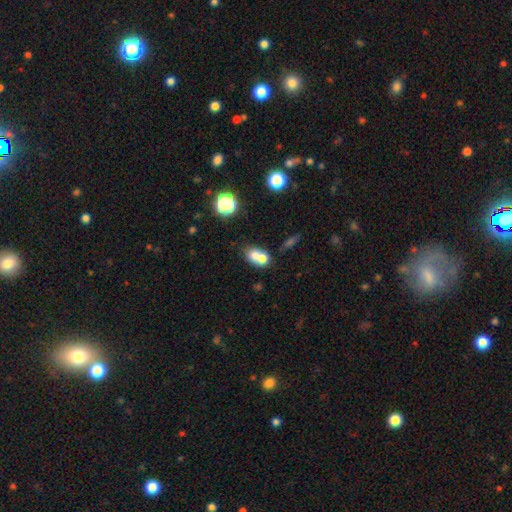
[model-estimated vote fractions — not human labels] Morphology: type=smooth (69%); roundness=in between (52%); merging=merger (63%).